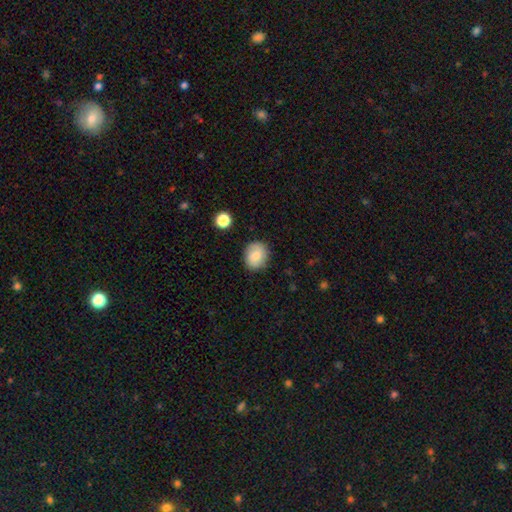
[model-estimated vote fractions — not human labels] A smooth galaxy with no disk features (80%) that is round (64%). Merging: none (83%).